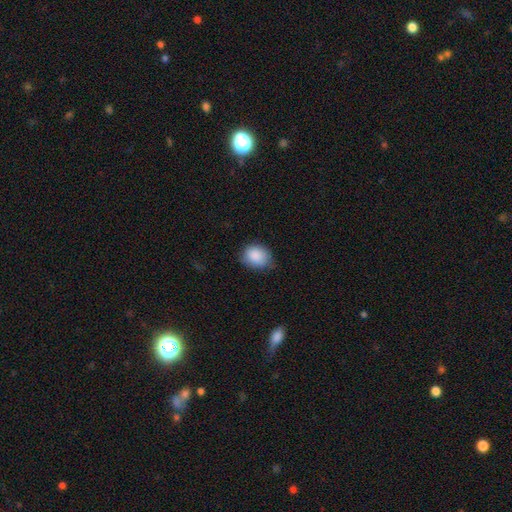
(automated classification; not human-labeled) smooth 89%, star or artifact 7%, featured or disk 4%. Down the decision tree: how rounded — round (53%); merging — none (70%).